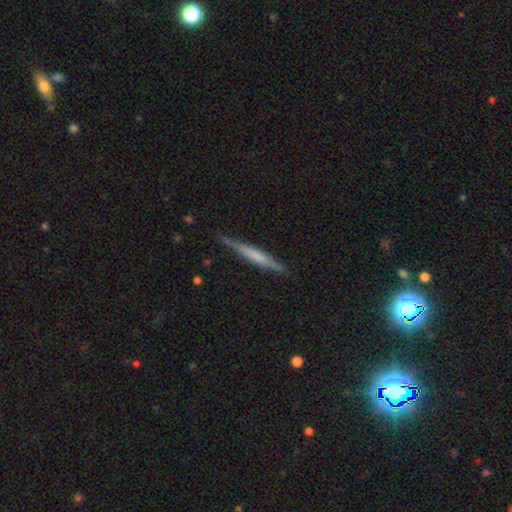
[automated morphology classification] type=featured or disk (57%); edge-on=yes (97%); edge-on bulge=none (41%); merging=none (87%).